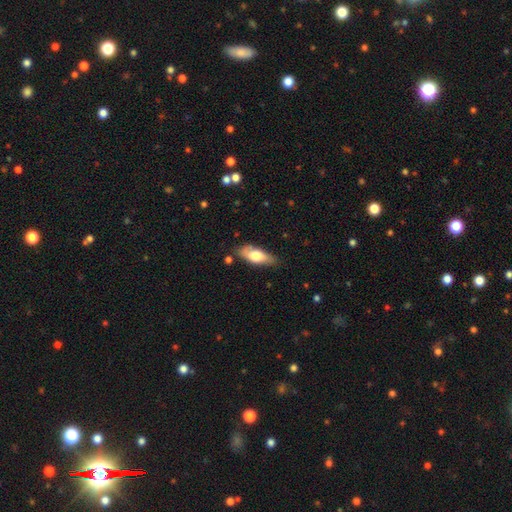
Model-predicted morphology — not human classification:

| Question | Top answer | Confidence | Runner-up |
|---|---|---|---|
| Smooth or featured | smooth | 64% | featured or disk (30%) |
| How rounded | in between | 74% | cigar-shaped (24%) |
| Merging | none | 70% | minor disturbance (23%) |